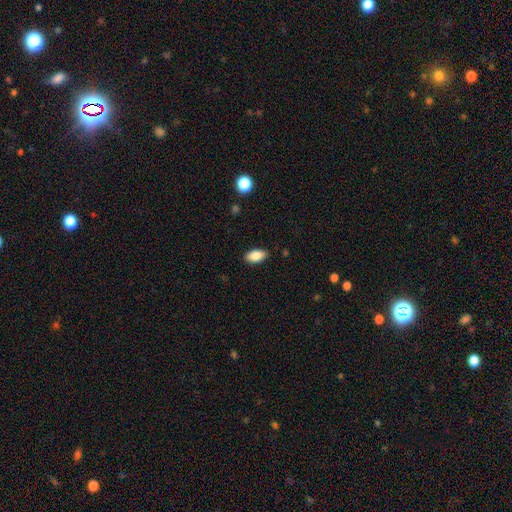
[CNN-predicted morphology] A smooth galaxy with no disk features (84%) that is in between round and cigar-shaped (92%). Merging: none (86%).